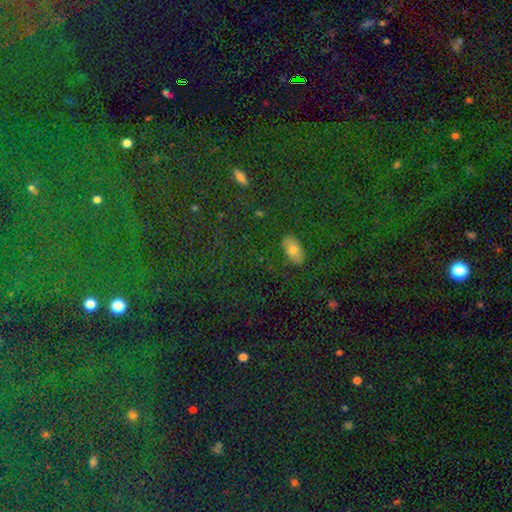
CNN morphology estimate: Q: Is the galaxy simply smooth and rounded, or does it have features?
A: star or artifact — 71%.